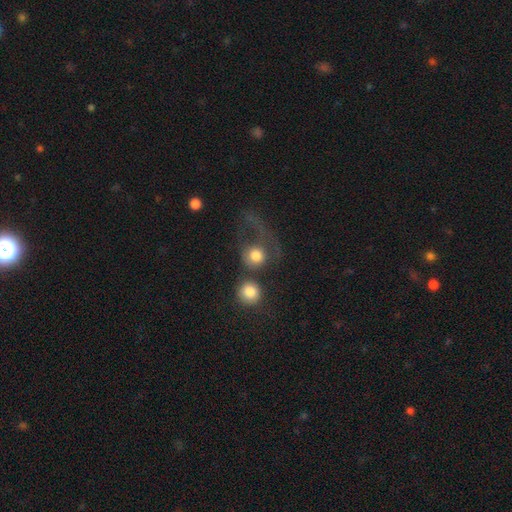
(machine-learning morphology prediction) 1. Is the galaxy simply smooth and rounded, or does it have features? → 73% smooth, 18% featured or disk, 9% star or artifact.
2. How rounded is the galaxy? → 85% round, 14% in between, 1% cigar-shaped.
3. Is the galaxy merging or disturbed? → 31% merger, 30% major disturbance, 28% none, 11% minor disturbance.